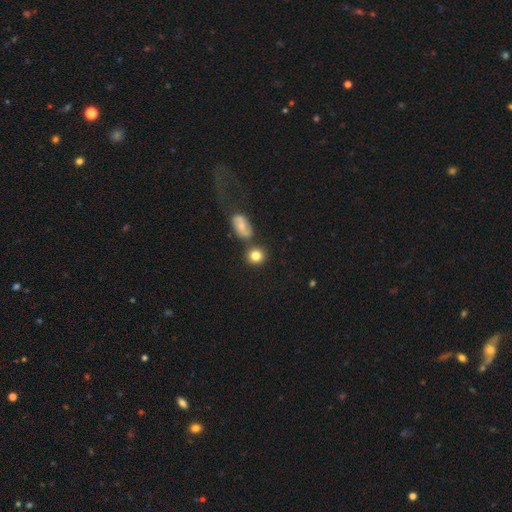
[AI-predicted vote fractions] This is clearly a smooth galaxy (81%). How rounded: clearly round (83%). Merging: likely none (70%).